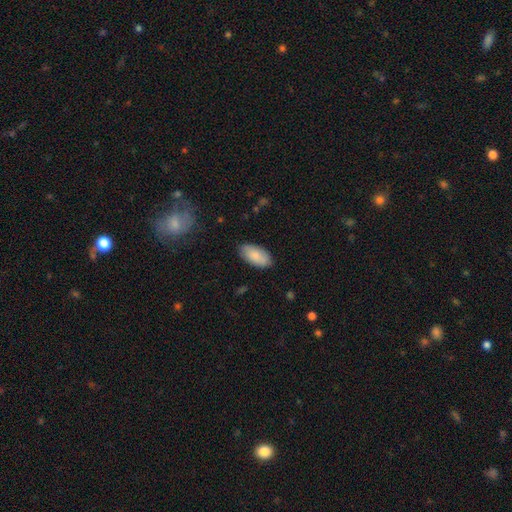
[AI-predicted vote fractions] This is clearly a smooth galaxy (87%). How rounded: clearly in between (95%). Merging: clearly none (84%).